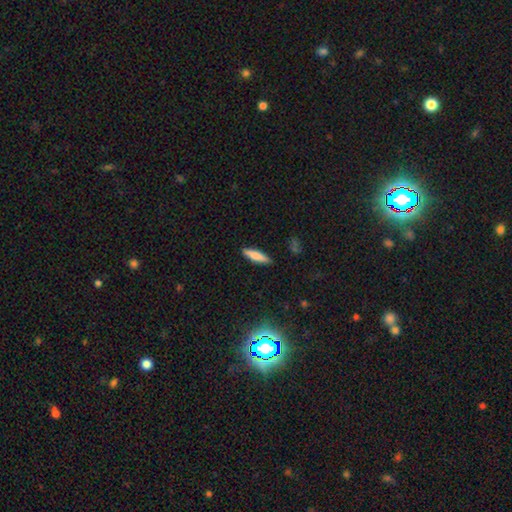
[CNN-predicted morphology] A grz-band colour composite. It shows a smooth galaxy with no disk features (76%) that is cigar-shaped (72%). Merging: none (89%).